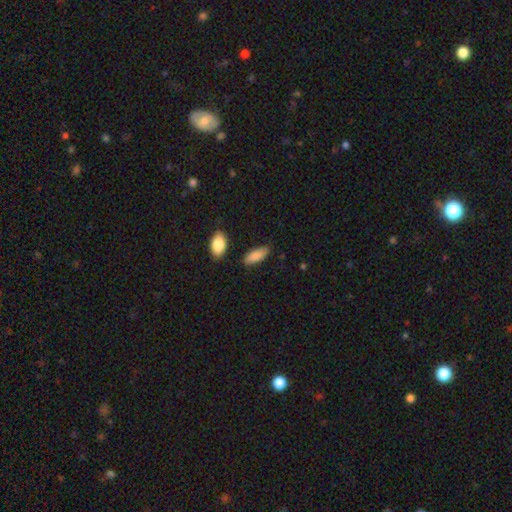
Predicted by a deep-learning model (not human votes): smooth-or-featured: smooth: 85% | featured or disk: 8% | star or artifact: 6%
  how-rounded: in between: 79% | cigar-shaped: 19% | round: 2%
  merging: none: 79% | minor disturbance: 15% | merger: 3% | major disturbance: 3%